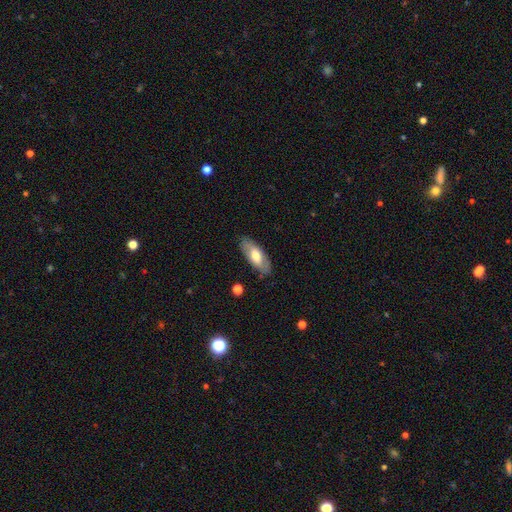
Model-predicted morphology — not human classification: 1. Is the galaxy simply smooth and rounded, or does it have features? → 61% smooth, 33% featured or disk, 6% star or artifact.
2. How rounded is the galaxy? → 80% in between, 17% cigar-shaped, 2% round.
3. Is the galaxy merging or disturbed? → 83% none, 13% minor disturbance, 3% major disturbance, 1% merger.